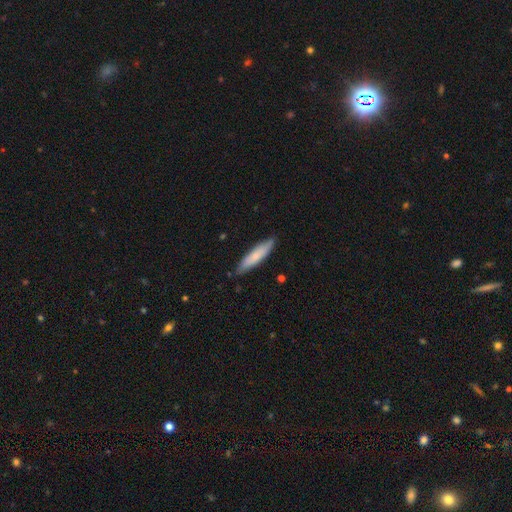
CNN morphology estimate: Smooth or featured?
  - smooth: 72% *
  - featured or disk: 22%
  - star or artifact: 5%
How rounded?
  - cigar-shaped: 81% *
  - in between: 17%
  - round: 1%
Merging?
  - none: 84% *
  - minor disturbance: 13%
  - major disturbance: 2%
  - merger: 1%